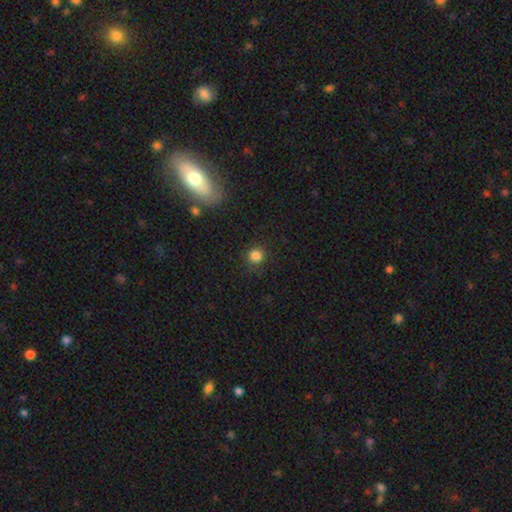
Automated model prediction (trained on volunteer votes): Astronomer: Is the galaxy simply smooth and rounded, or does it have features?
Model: smooth — 83%.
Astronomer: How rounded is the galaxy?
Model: round — 93%.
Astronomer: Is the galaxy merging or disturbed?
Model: none — 85%.